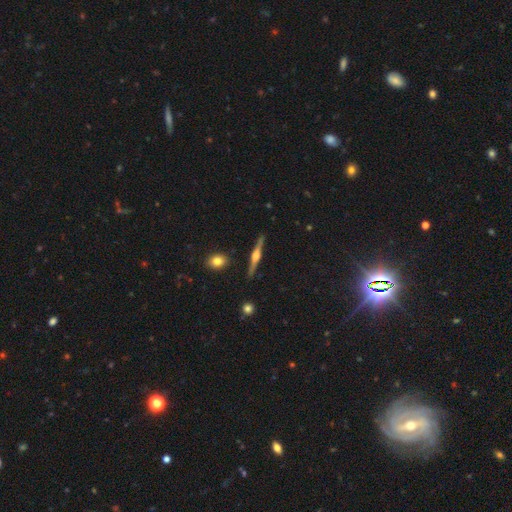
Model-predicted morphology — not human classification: Smooth or featured?
  - featured or disk: 80% *
  - smooth: 15%
  - star or artifact: 5%
Edge-on disk?
  - yes: 98% *
  - no: 2%
Edge-on bulge?
  - rounded: 90% *
  - boxy: 7%
  - none: 3%
Merging?
  - none: 89% *
  - minor disturbance: 8%
  - merger: 2%
  - major disturbance: 2%